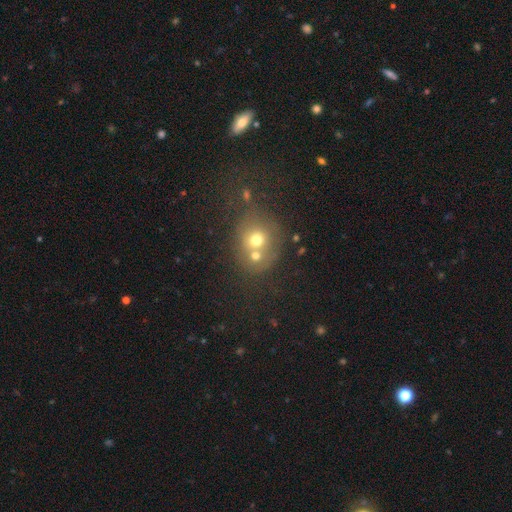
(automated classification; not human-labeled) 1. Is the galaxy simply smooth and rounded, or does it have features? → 63% smooth, 21% featured or disk, 17% star or artifact.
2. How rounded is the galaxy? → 76% round, 23% in between, 1% cigar-shaped.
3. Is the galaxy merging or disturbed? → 50% merger, 35% none, 9% minor disturbance, 6% major disturbance.